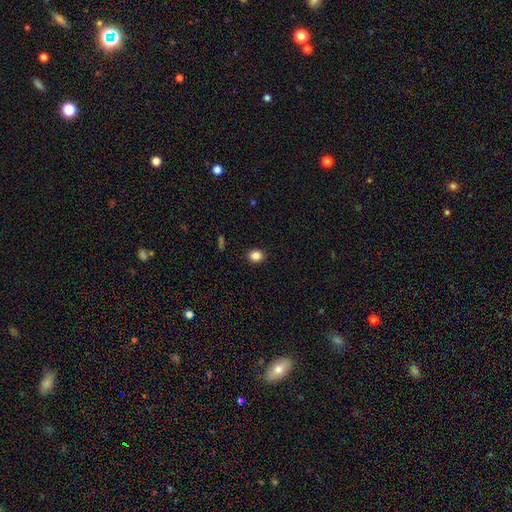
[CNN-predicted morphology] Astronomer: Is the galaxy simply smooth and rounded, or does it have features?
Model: smooth — 85%.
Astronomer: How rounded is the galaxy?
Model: round — 60% (runner-up: in between, 39%).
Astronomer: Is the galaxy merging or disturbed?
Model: none — 90%.